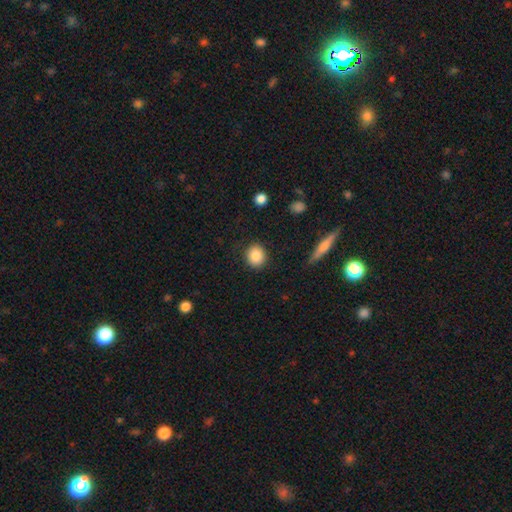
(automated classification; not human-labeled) The model was most divided on "how rounded": round: 77%, in between: 22%, cigar-shaped: 1%. More confident: merging — none (89%); smooth or featured — smooth (86%).